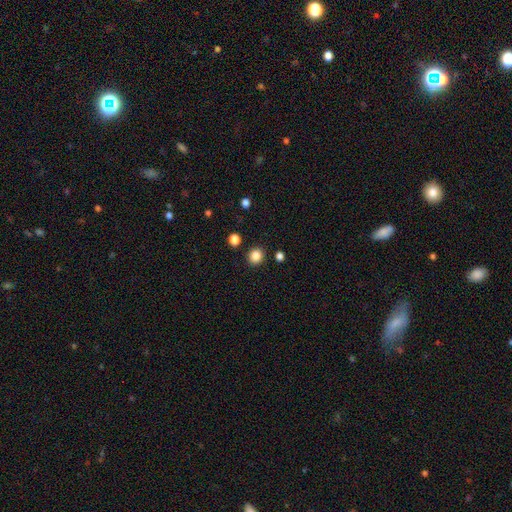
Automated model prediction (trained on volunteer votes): This appears to be a smooth galaxy with no disk features (86%) that is round (83%). Merging: none (89%).